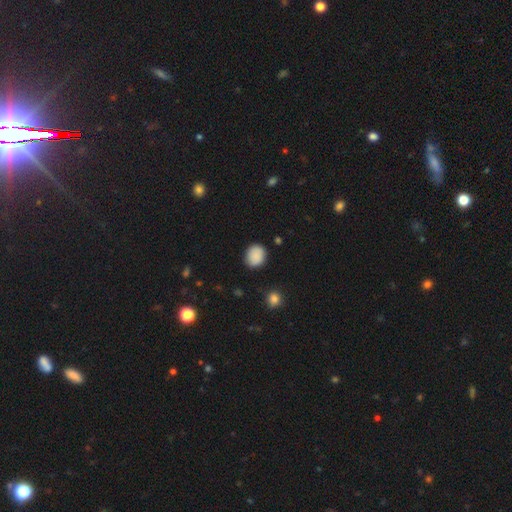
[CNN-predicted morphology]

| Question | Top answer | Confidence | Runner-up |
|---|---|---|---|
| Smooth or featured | smooth | 88% | star or artifact (8%) |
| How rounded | round | 74% | in between (25%) |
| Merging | none | 86% | minor disturbance (11%) |